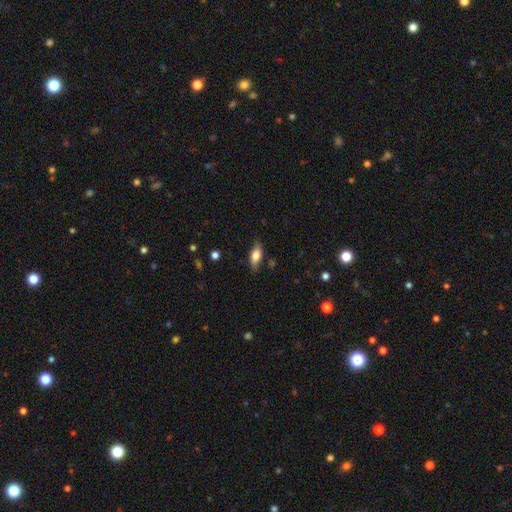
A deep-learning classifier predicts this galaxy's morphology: A smooth galaxy with no disk features (74%) that is in between round and cigar-shaped (78%). Merging: none (78%).